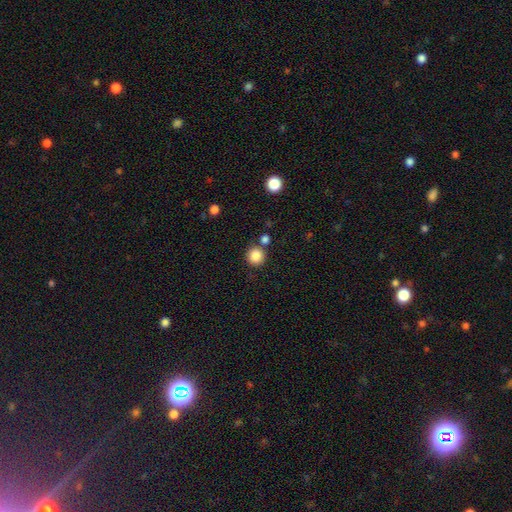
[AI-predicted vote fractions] Smooth or featured? Predicted: smooth (p=0.85). How rounded? Predicted: round (p=0.94). Merging? Predicted: none (p=0.79).